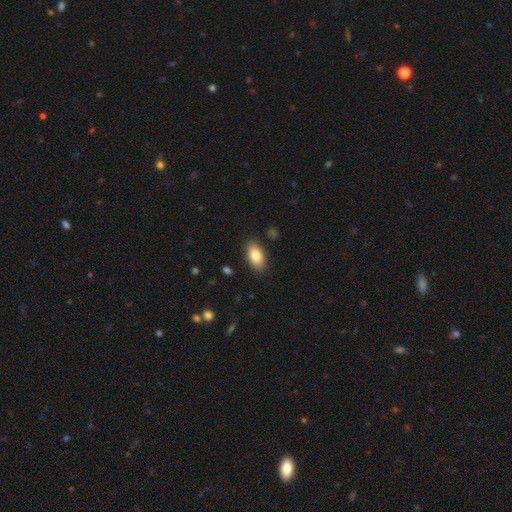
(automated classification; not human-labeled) Morphology: type=smooth (82%); roundness=in between (92%); merging=none (87%).